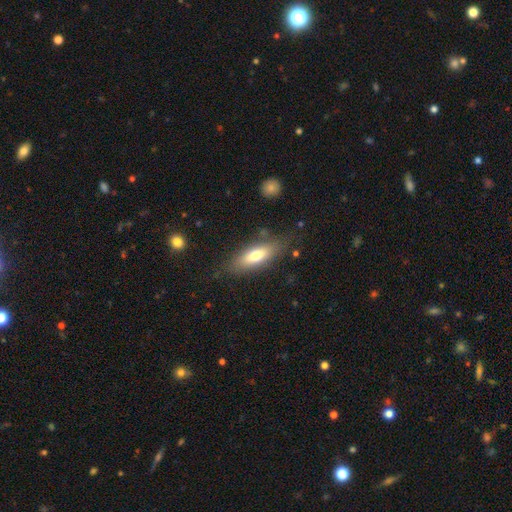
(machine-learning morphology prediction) Smooth or featured? Predicted: smooth (p=0.68). How rounded? Predicted: in between (p=0.65). Merging? Predicted: none (p=0.77).